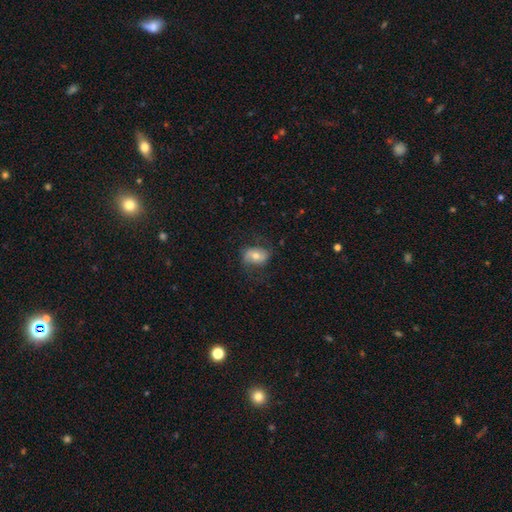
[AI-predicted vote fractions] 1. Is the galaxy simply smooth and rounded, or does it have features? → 47% featured or disk, 44% smooth, 9% star or artifact.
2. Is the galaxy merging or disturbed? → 68% none, 19% minor disturbance, 11% major disturbance, 1% merger.